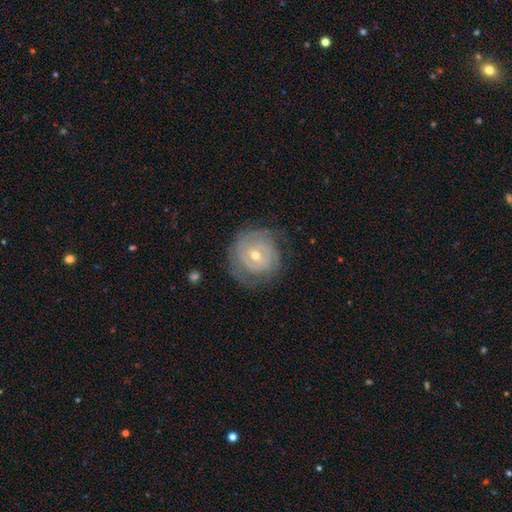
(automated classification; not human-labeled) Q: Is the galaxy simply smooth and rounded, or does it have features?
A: featured or disk — 76%.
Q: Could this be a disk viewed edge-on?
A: no — 97%.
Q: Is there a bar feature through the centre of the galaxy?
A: no — 62%.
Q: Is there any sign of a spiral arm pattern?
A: yes — 86%.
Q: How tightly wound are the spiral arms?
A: tight — 77%.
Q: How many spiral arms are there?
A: can't tell — 45%.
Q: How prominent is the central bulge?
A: small — 48%, tied with moderate.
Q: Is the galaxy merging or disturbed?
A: none — 72%.